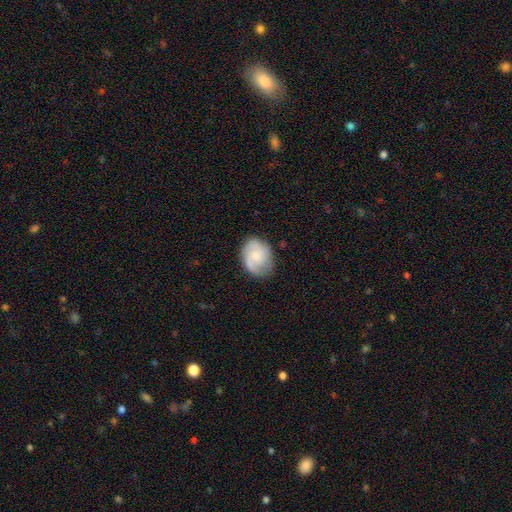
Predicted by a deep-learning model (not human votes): Overall: featured or disk (59%; smooth 34%). Edge-on disk: no (98%). Bar: no (67%; weak 30%). Spiral arms: yes (92%). Spiral arm count: 2 (48%; 3 21%). Spiral winding: medium (46%; tight 31%). Bulge size: small (54%; moderate 31%). Merging: none (75%).